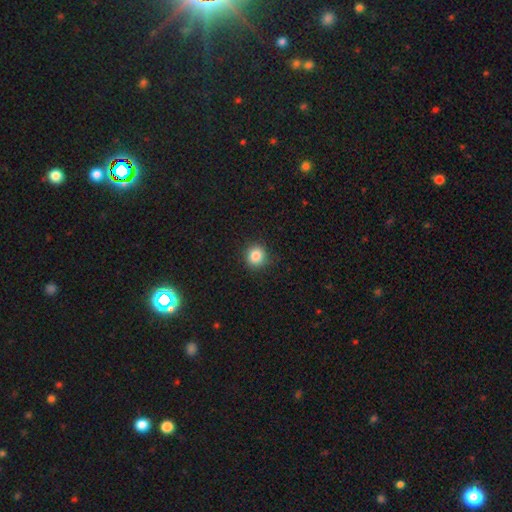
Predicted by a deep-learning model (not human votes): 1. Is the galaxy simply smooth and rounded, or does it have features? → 85% smooth, 10% star or artifact, 4% featured or disk.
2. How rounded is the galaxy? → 90% round, 9% in between, 1% cigar-shaped.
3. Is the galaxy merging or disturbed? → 90% none, 7% minor disturbance, 2% major disturbance, 1% merger.